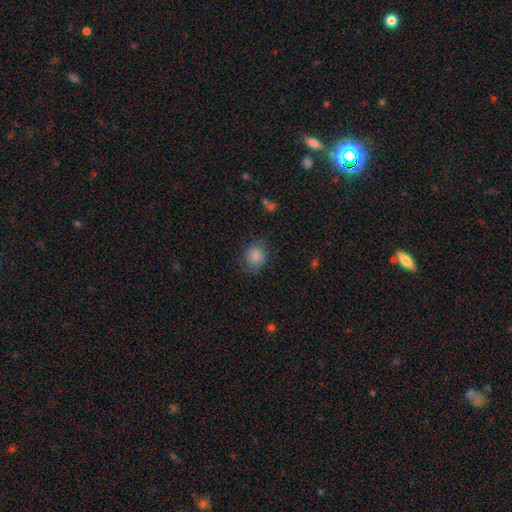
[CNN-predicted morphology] Smooth or featured: smooth — 82% (featured or disk — 10%)
How rounded: round — 70% (in between — 29%)
Merging: none — 72% (minor disturbance — 19%)